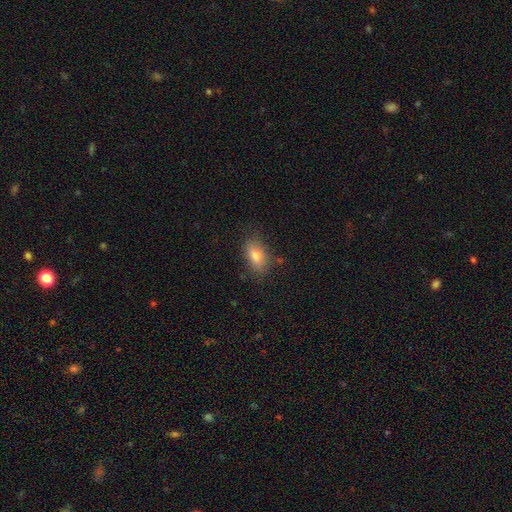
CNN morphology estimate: Smooth or featured?
  - smooth: 80% *
  - featured or disk: 11%
  - star or artifact: 9%
How rounded?
  - in between: 87% *
  - round: 9%
  - cigar-shaped: 4%
Merging?
  - none: 76% *
  - minor disturbance: 18%
  - major disturbance: 4%
  - merger: 2%